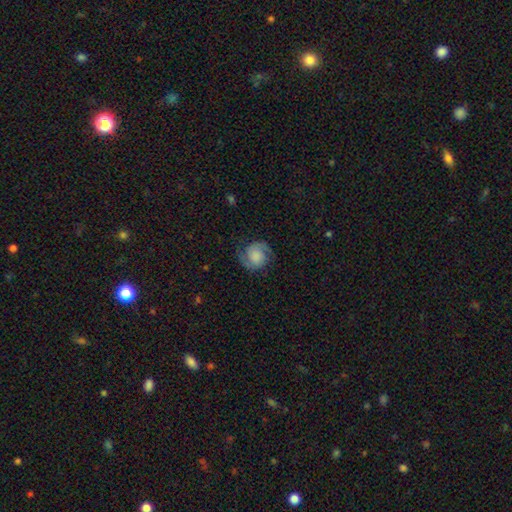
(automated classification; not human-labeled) Overall: featured or disk (74%). Edge-on disk: no (98%). Bar: no (72%). Spiral arms: yes (96%). Spiral arm count: 2 (93%). Spiral winding: medium (50%; tight 25%). Bulge size: none (37%; large 27%). Merging: none (77%).